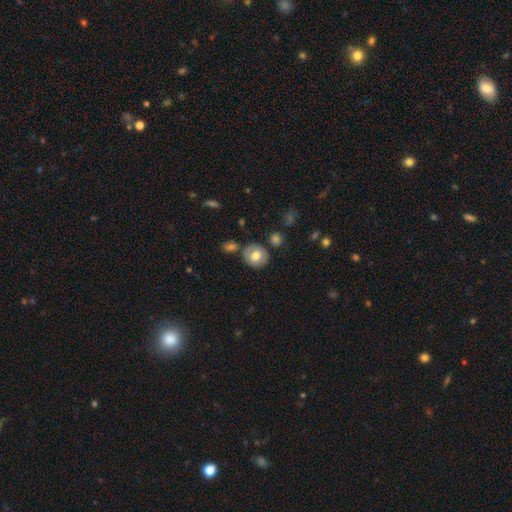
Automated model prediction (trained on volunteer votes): Smooth or featured? Predicted: smooth (p=0.69). How rounded? Predicted: round (p=0.82). Merging? Predicted: none (p=0.77).